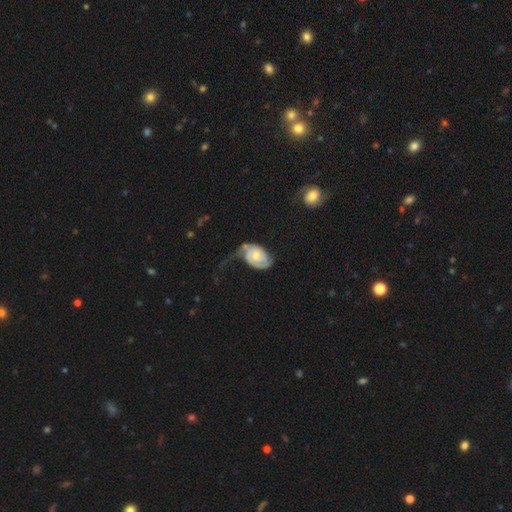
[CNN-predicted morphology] Smooth or featured: featured or disk — 70% (smooth — 24%)
Edge-on disk: no — 97% (yes — 3%)
Bar: no — 68% (weak — 27%)
Spiral arms: yes — 89% (no — 11%)
Spiral winding: tight — 40% (medium — 35%)
Spiral arm count: 2 — 67% (can't tell — 14%)
Bulge size: moderate — 51% (small — 39%)
Merging: major disturbance — 37% (none — 32%)